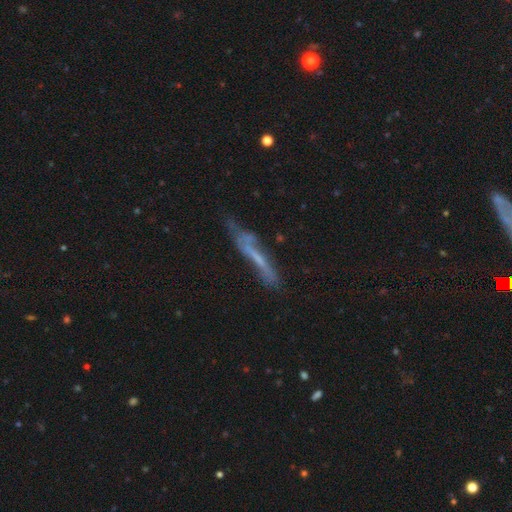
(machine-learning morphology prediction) smooth_or_featured: featured or disk (p=0.55) [alt: smooth p=0.34]
disk_edge_on: yes (p=0.64) [alt: no p=0.36]
merging: none (p=0.52) [alt: minor disturbance p=0.27]